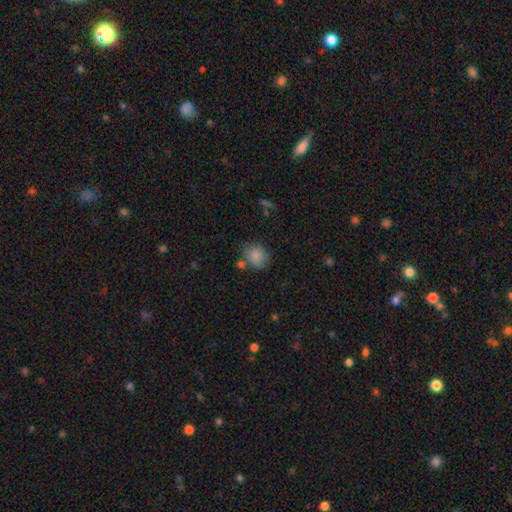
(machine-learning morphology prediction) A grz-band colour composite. It shows a smooth galaxy with no disk features (85%) that is round (68%). Merging: none (68%).